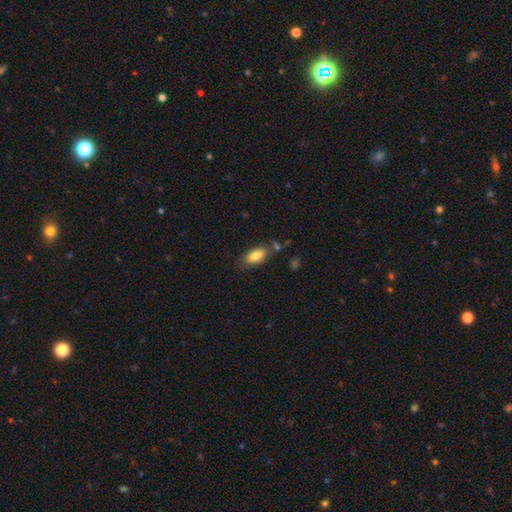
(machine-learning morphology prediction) This appears to be a smooth galaxy with no disk features (84%) that is in between round and cigar-shaped (89%). Merging: none (72%).